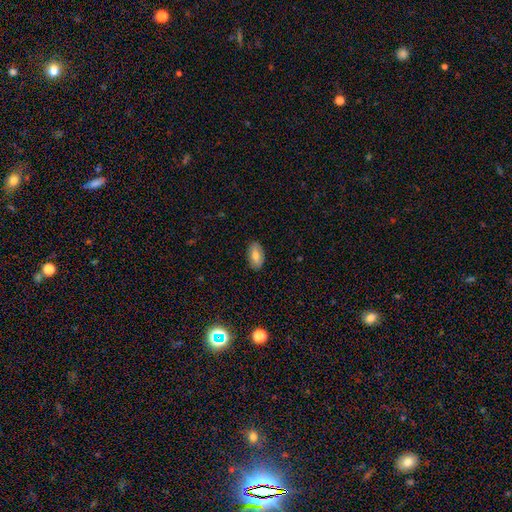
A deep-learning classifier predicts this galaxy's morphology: type=smooth (72%); roundness=in between (92%); merging=none (87%).